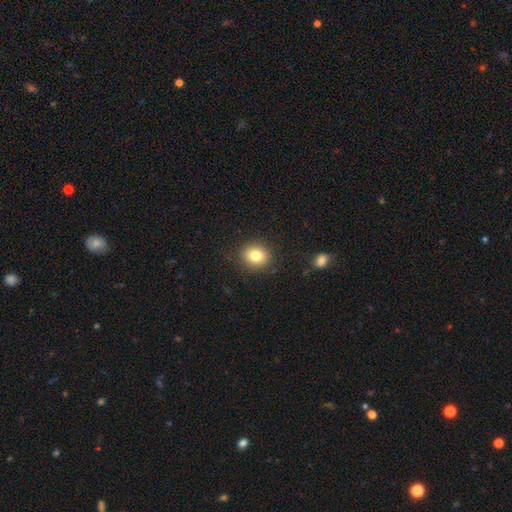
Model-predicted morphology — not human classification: Overall: smooth (81%). How rounded: round (79%). Merging: none (88%).